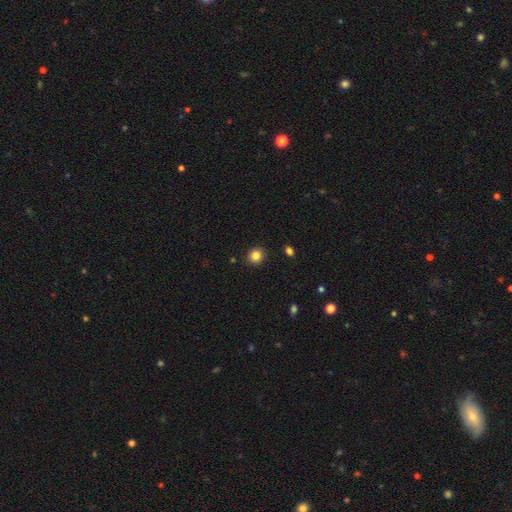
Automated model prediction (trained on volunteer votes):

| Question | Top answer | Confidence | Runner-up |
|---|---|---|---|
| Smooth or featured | smooth | 84% | star or artifact (11%) |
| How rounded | round | 90% | in between (9%) |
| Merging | none | 91% | minor disturbance (6%) |